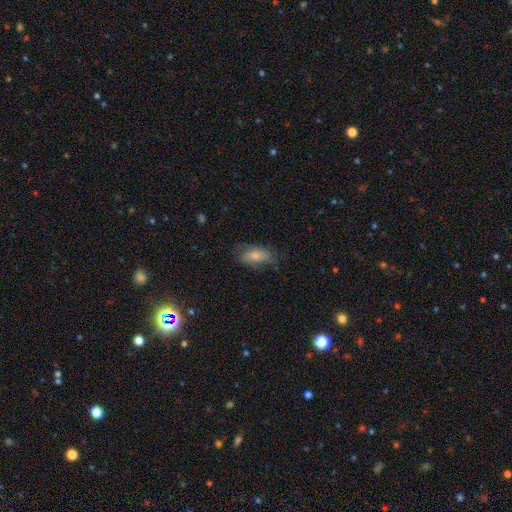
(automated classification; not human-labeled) This is likely a smooth galaxy (72%). How rounded: clearly in between (88%). Merging: likely none (71%).